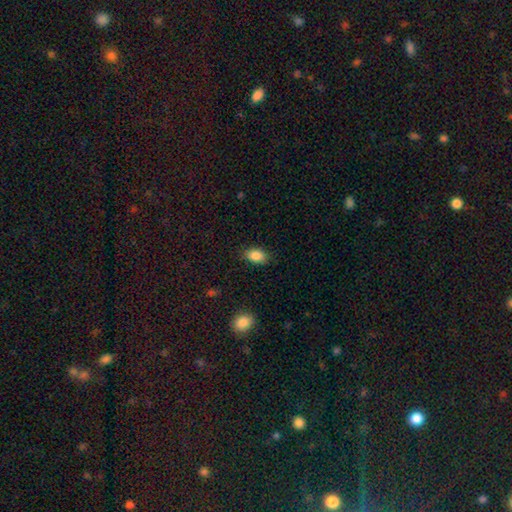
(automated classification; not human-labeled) smooth-or-featured: smooth: 87% | star or artifact: 8% | featured or disk: 4%
  how-rounded: in between: 87% | round: 12% | cigar-shaped: 2%
  merging: none: 85% | minor disturbance: 11% | major disturbance: 3% | merger: 1%